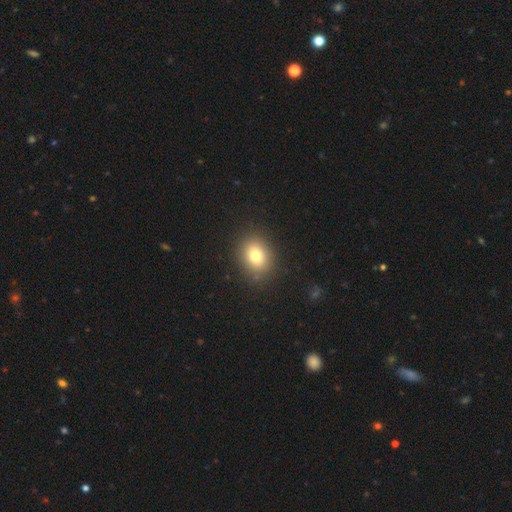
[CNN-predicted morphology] This appears to be a smooth galaxy with no disk features (78%) that is round (51%). Merging: none (87%).